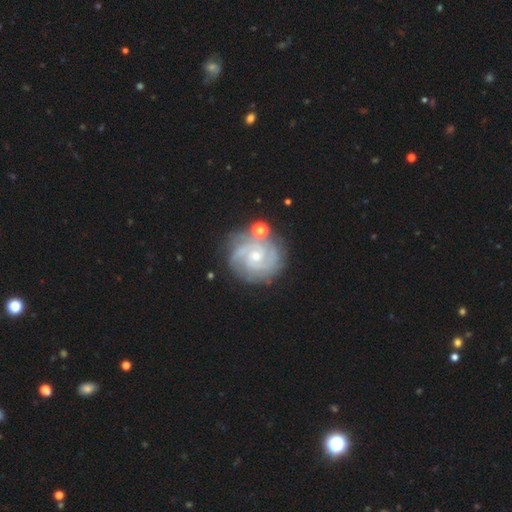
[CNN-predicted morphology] A featured or disk galaxy (88%) with no bar (66%), 2 (38%) tight (73%) spiral arms (98%) and a small central bulge (59%). Merging: none (76%).